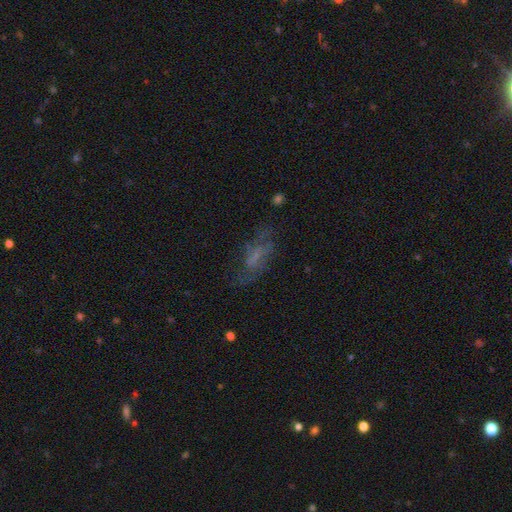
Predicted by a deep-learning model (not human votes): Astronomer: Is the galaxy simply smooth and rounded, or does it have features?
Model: featured or disk — 49% (runner-up: smooth, 36%).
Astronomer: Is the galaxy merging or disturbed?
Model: none — 55%.